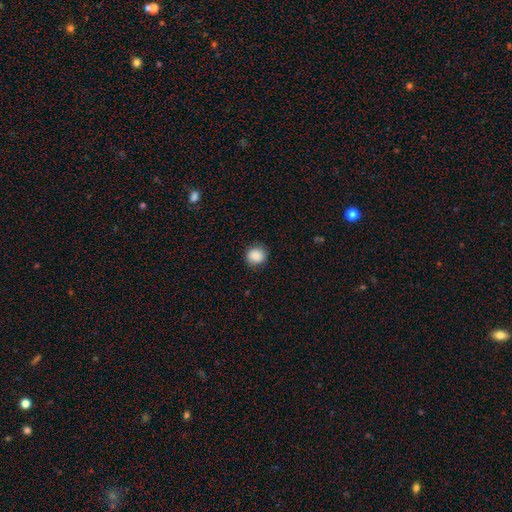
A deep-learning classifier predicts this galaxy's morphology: The model was most divided on "merging": none: 87%, minor disturbance: 10%, major disturbance: 3%, merger: 1%. More confident: how rounded — round (88%); smooth or featured — smooth (87%).